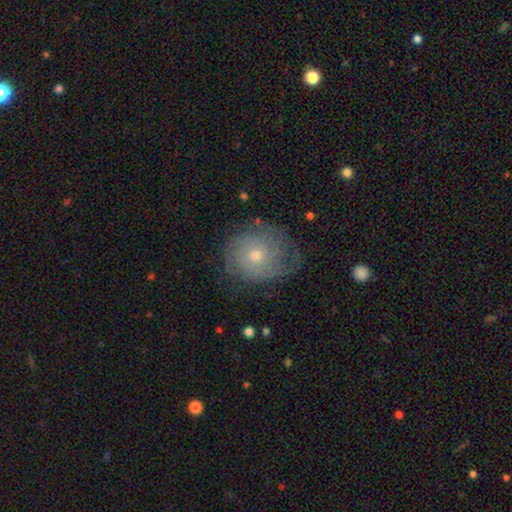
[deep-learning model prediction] Smooth or featured? Predicted: featured or disk (p=0.67). Edge-on disk? Predicted: no (p=0.97). Bar? Predicted: no (p=0.83). Spiral arms? Predicted: yes (p=0.84). Spiral winding? Predicted: tight (p=0.62). Spiral arm count? Predicted: can't tell (p=0.49). Bulge size? Predicted: small (p=0.49). Merging? Predicted: none (p=0.63).